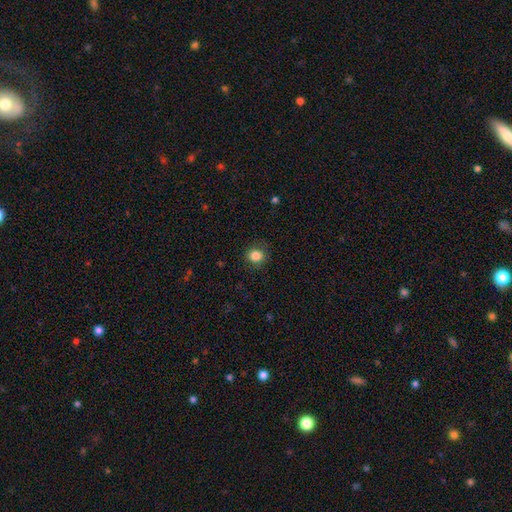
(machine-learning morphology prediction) A smooth galaxy with no disk features (85%) that is round (84%). Merging: none (86%).